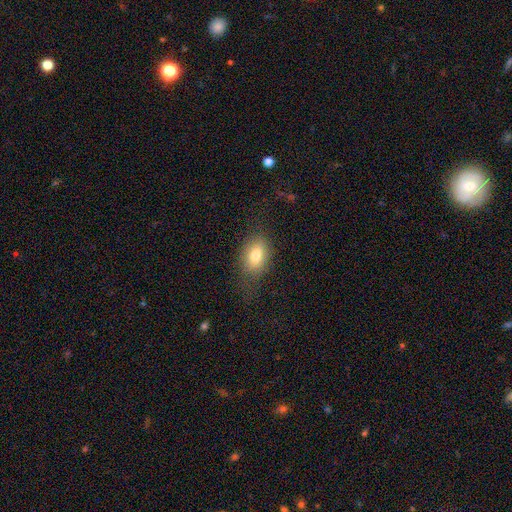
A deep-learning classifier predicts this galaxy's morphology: This is likely a smooth galaxy (77%). How rounded: clearly in between (81%). Merging: likely none (69%).